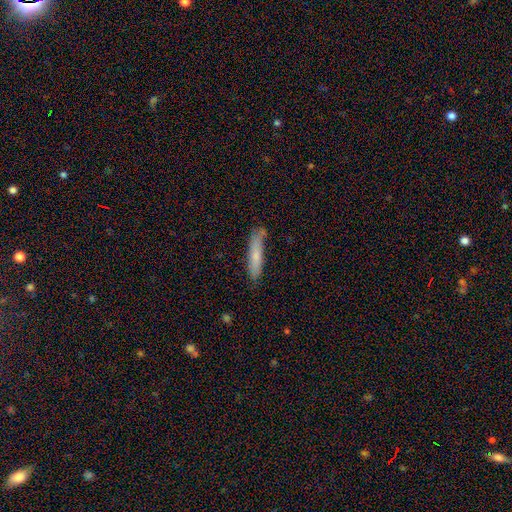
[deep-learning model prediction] Smooth or featured? Predicted: smooth (p=0.72). How rounded? Predicted: cigar-shaped (p=0.85). Merging? Predicted: none (p=0.74).